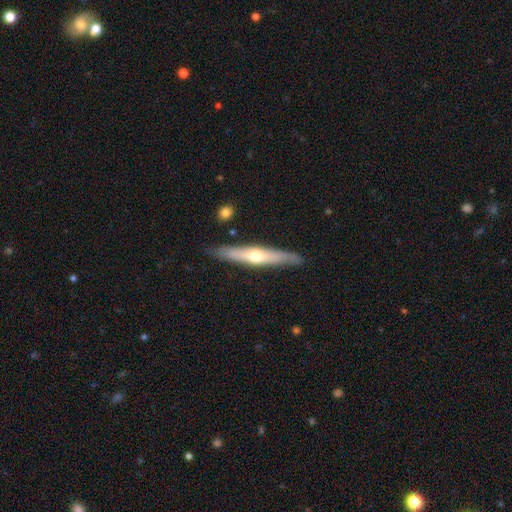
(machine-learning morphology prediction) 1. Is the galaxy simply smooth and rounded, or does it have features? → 57% featured or disk, 38% smooth, 5% star or artifact.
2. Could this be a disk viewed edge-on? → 87% yes, 13% no.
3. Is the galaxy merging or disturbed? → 84% none, 11% minor disturbance, 3% major disturbance, 2% merger.